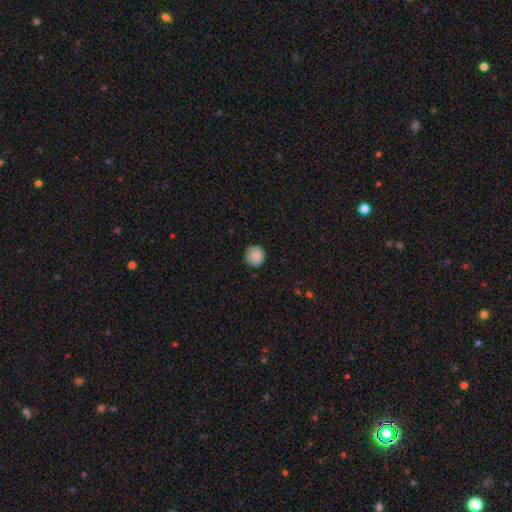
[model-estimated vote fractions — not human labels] smooth 89%, star or artifact 8%, featured or disk 4%. Down the decision tree: how rounded — round (94%); merging — none (87%).